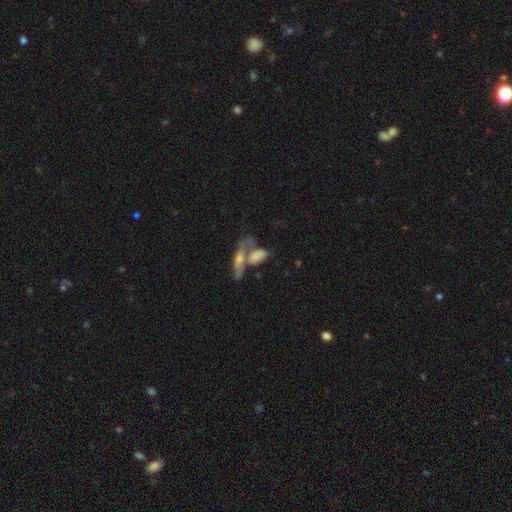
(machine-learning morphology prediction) The model was most divided on "smooth or featured": smooth: 45%, featured or disk: 42%, star or artifact: 13%. Remaining: merging — merger (48%).